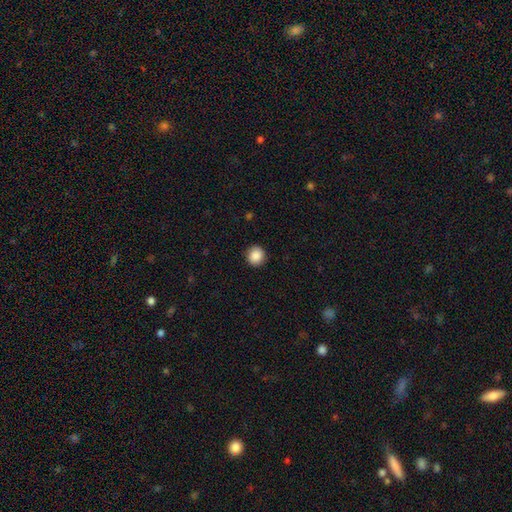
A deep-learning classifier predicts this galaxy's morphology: This appears to be a smooth galaxy with no disk features (88%) that is round (92%). Merging: none (91%).